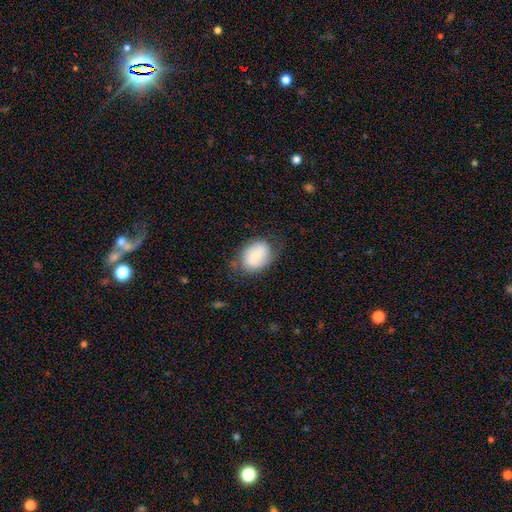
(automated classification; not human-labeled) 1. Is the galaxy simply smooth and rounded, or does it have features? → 67% smooth, 26% featured or disk, 8% star or artifact.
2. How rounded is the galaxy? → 69% in between, 30% round, 1% cigar-shaped.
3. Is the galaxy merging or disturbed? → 65% none, 24% minor disturbance, 9% major disturbance, 2% merger.